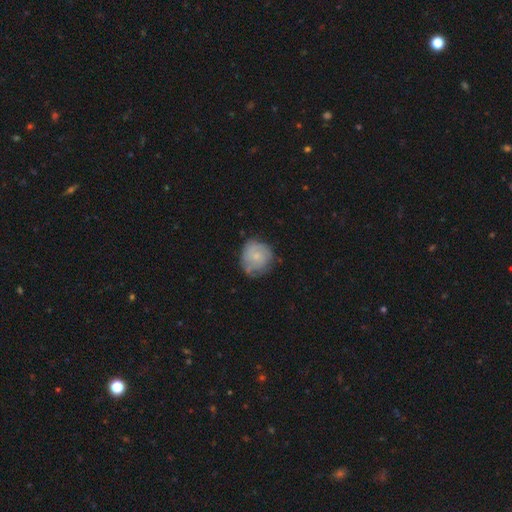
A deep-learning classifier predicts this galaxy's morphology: Smooth or featured? Predicted: smooth (p=0.55). How rounded? Predicted: round (p=0.87). Merging? Predicted: none (p=0.65).